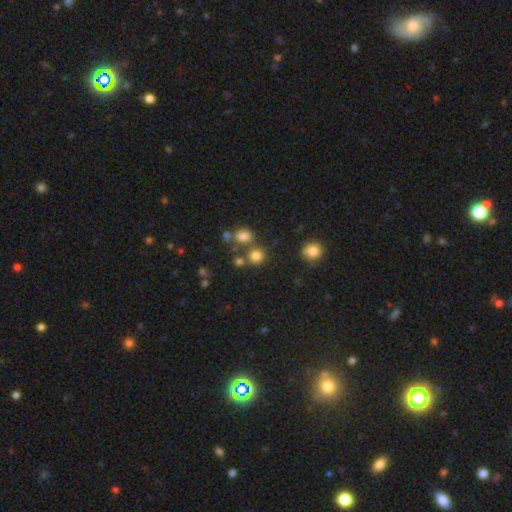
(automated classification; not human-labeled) Smooth or featured: smooth — 78% (star or artifact — 16%)
How rounded: round — 86% (in between — 13%)
Merging: none — 68% (merger — 19%)